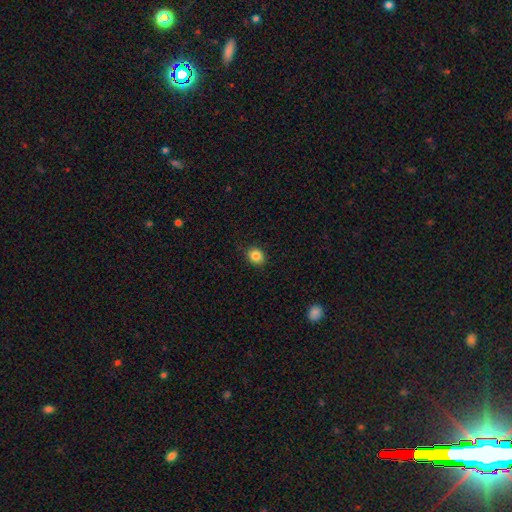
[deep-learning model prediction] smooth_or_featured: smooth (p=0.84) [alt: star or artifact p=0.10]
how_rounded: round (p=0.71) [alt: in between p=0.28]
merging: none (p=0.87) [alt: minor disturbance p=0.09]